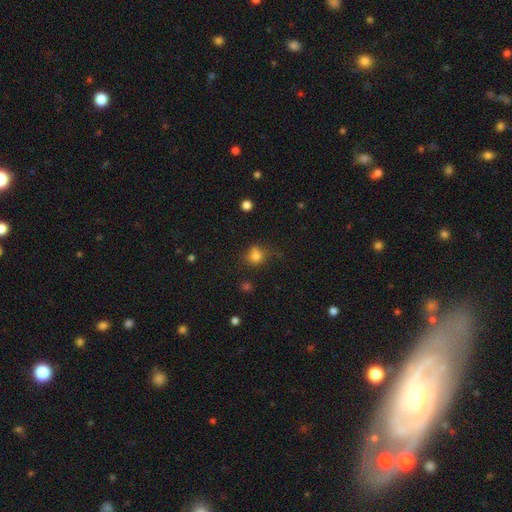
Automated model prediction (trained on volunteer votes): Overall: smooth (76%). How rounded: round (71%). Merging: none (55%; minor disturbance 24%).